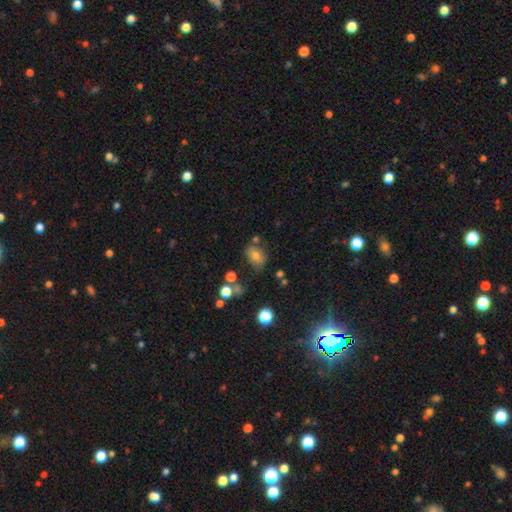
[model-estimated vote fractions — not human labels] smooth 71%, featured or disk 16%, star or artifact 13%. Down the decision tree: how rounded — in between (70%); merging — none (64%).